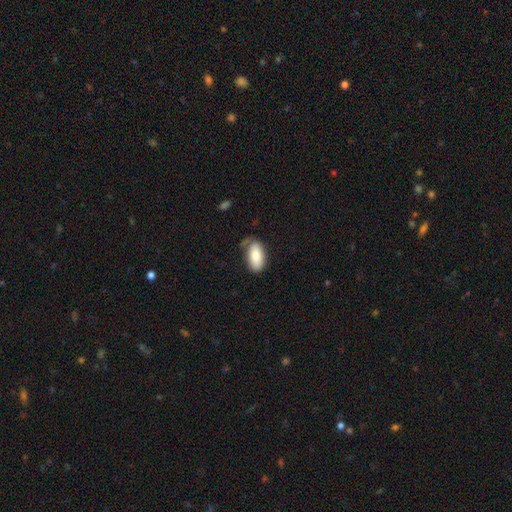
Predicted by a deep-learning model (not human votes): Smooth or featured: smooth — 80% (featured or disk — 14%)
How rounded: in between — 92% (cigar-shaped — 6%)
Merging: none — 62% (minor disturbance — 26%)